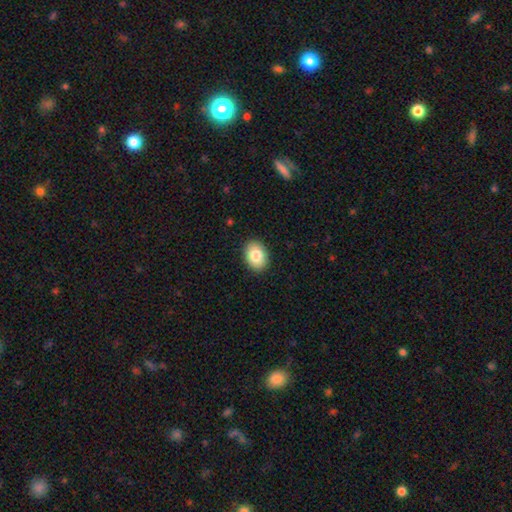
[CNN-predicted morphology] This is clearly a smooth galaxy (84%). How rounded: likely in between (75%). Merging: clearly none (90%).